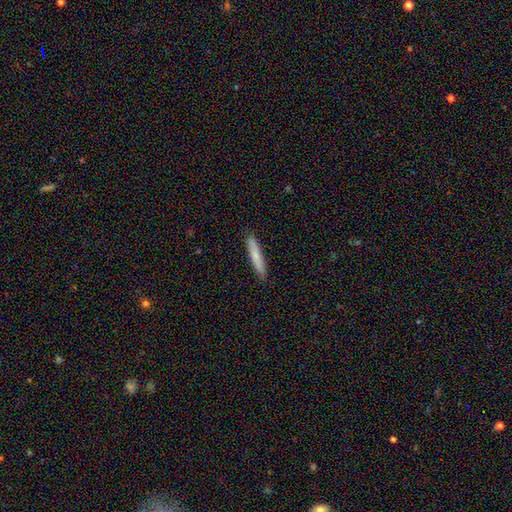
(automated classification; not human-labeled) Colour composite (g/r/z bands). It shows a smooth galaxy with no disk features (74%) that is cigar-shaped (92%). Merging: none (88%).